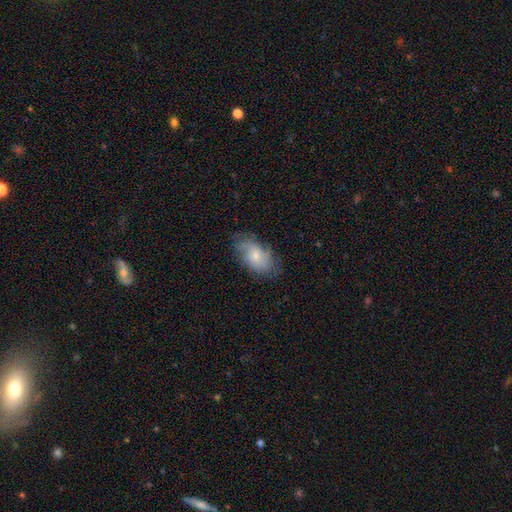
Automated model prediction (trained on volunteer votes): Smooth or featured? smooth (59%)
How rounded? in between (91%)
Merging? none (66%)